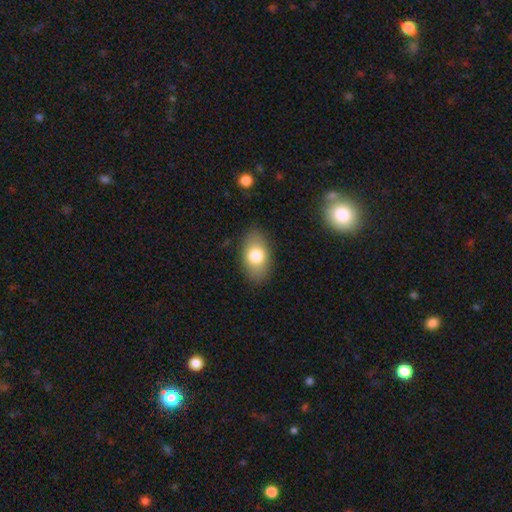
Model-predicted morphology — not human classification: A smooth galaxy with no disk features (76%) that is in between round and cigar-shaped (90%). Merging: none (85%).